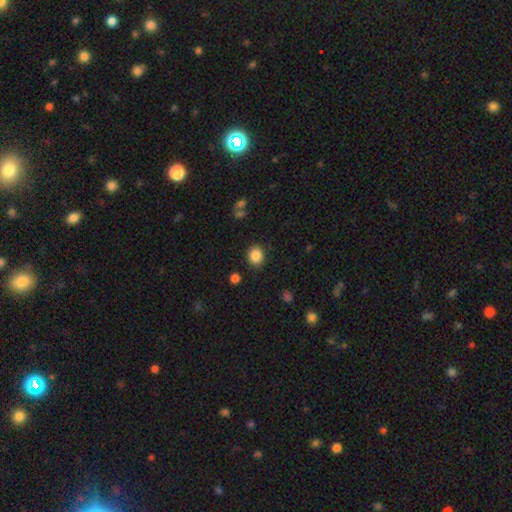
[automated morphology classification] smooth-or-featured: smooth: 85% | star or artifact: 10% | featured or disk: 5%
  how-rounded: round: 70% | in between: 30% | cigar-shaped: 1%
  merging: none: 88% | minor disturbance: 8% | major disturbance: 2% | merger: 2%